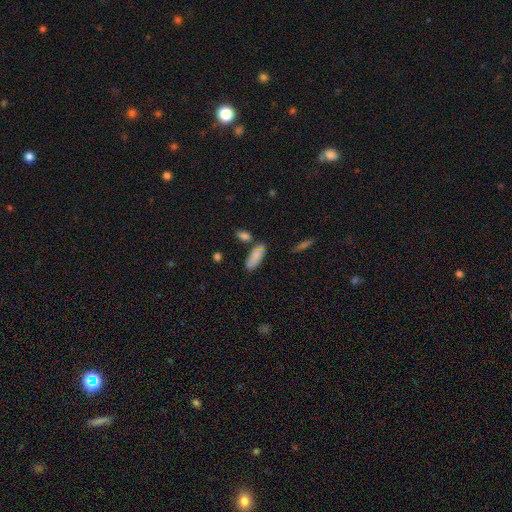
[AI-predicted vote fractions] Smooth or featured: smooth — 82% (featured or disk — 10%)
How rounded: in between — 79% (cigar-shaped — 18%)
Merging: none — 61% (minor disturbance — 18%)